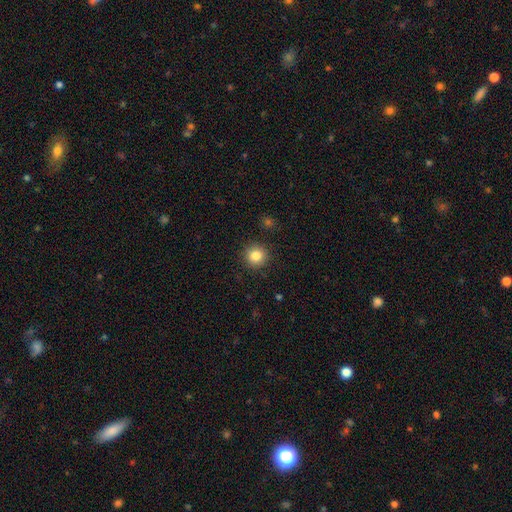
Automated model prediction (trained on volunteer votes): smooth_or_featured: smooth (p=0.84) [alt: star or artifact p=0.10]
how_rounded: round (p=0.93) [alt: in between p=0.06]
merging: none (p=0.90) [alt: minor disturbance p=0.06]